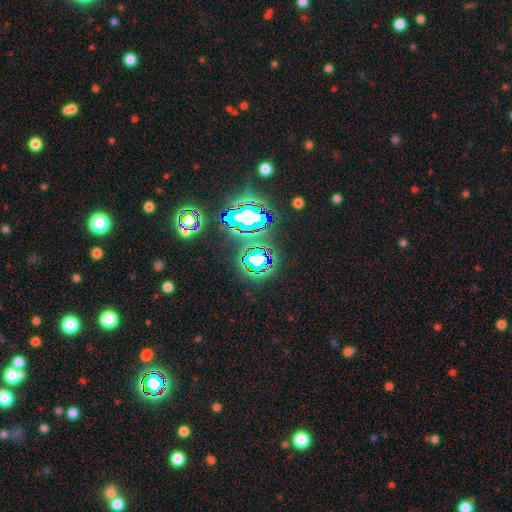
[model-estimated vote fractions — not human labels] This appears to be a star or artifact, not a galaxy (80%).